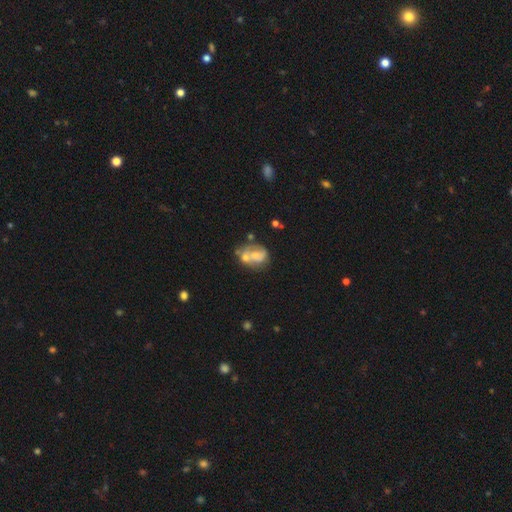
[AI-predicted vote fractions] Smooth or featured? featured or disk (53%)
Edge-on disk? no (97%)
Bar? no (78%)
Spiral arms? no (63%)
Bulge size? moderate (43%)
Merging? merger (44%)